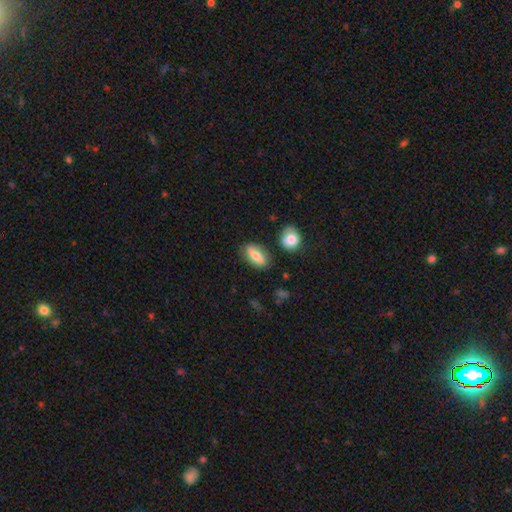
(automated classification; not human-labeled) A smooth galaxy with no disk features (62%) that is in between round and cigar-shaped (82%).

Vote fractions:
- Smooth or featured? smooth: 62% / featured or disk: 30% / star or artifact: 7%
- How rounded? in between: 82% / cigar-shaped: 11% / round: 7%
- Merging? none: 77% / minor disturbance: 15% / merger: 4% / major disturbance: 4%